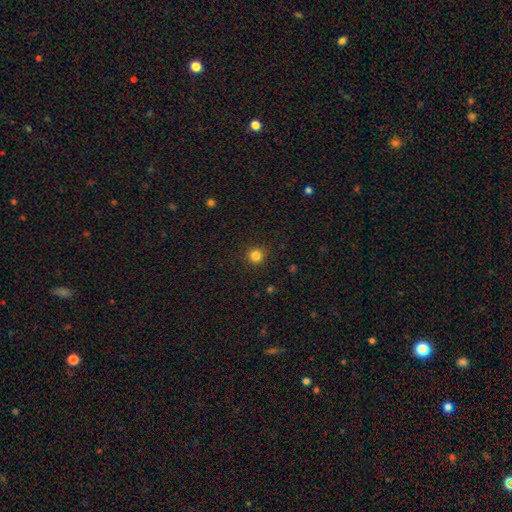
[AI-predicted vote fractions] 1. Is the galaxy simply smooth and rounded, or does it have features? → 83% smooth, 13% star or artifact, 4% featured or disk.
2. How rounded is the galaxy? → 95% round, 4% in between, 1% cigar-shaped.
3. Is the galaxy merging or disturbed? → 91% none, 6% minor disturbance, 2% major disturbance, 1% merger.